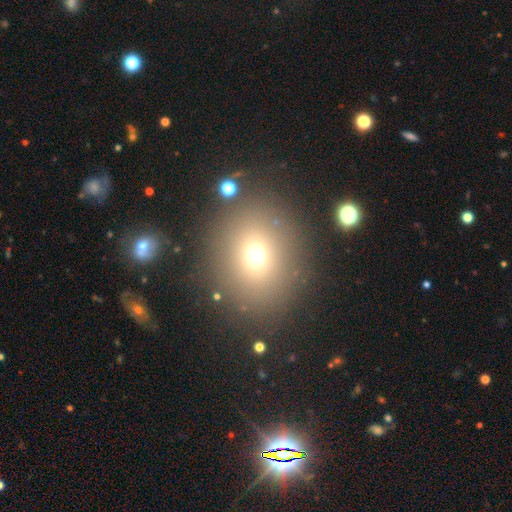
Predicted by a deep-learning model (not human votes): This is likely a smooth galaxy (68%). How rounded: likely round (77%). Merging: clearly none (83%).